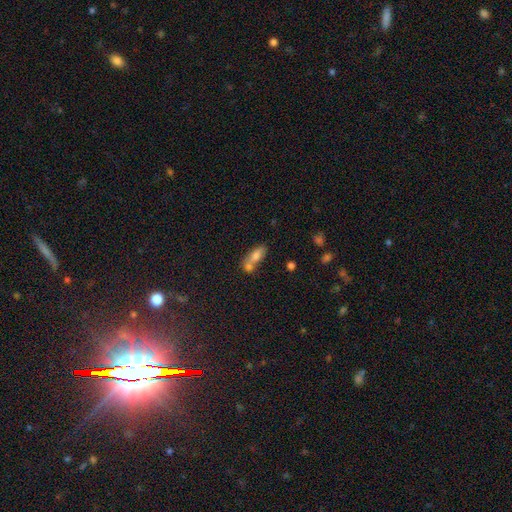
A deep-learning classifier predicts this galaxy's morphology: This is likely a smooth galaxy (71%). How rounded: likely in between (74%). Merging: possibly merger (53%).